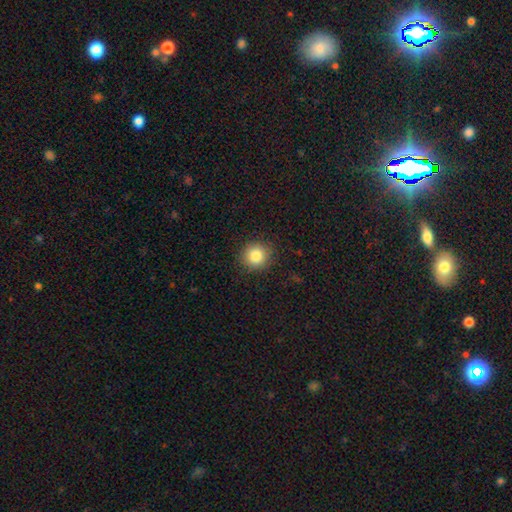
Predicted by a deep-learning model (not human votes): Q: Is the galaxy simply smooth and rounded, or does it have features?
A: smooth — 84%.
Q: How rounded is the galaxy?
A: round — 91%.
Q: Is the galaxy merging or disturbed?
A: none — 89%.